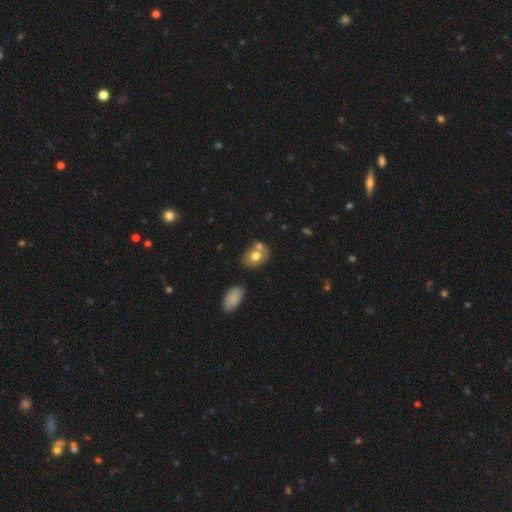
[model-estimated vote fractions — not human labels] Morphology: type=smooth (71%); roundness=in between (63%); merging=none (51%).